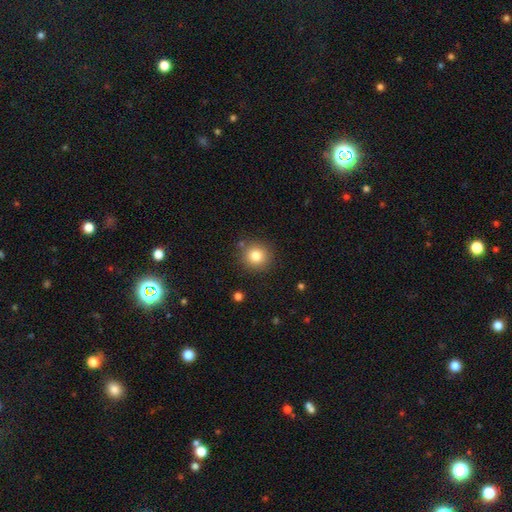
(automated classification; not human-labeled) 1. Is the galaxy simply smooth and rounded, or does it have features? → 82% smooth, 11% star or artifact, 7% featured or disk.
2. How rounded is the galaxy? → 91% round, 8% in between, 1% cigar-shaped.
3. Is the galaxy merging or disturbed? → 86% none, 9% minor disturbance, 3% merger, 3% major disturbance.